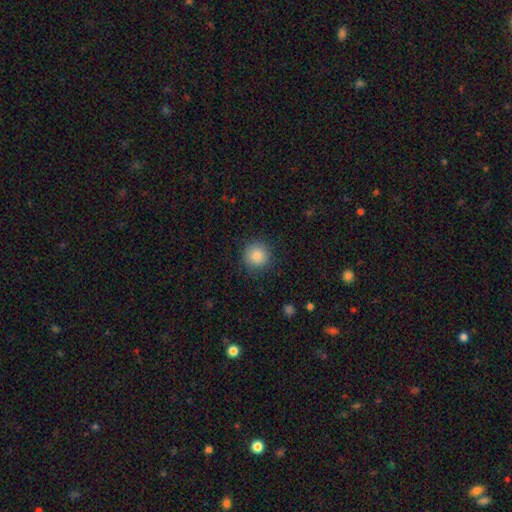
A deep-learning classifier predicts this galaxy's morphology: smooth-or-featured: smooth: 83% | star or artifact: 10% | featured or disk: 7%
  how-rounded: round: 94% | in between: 5% | cigar-shaped: 1%
  merging: none: 87% | minor disturbance: 9% | major disturbance: 3% | merger: 1%